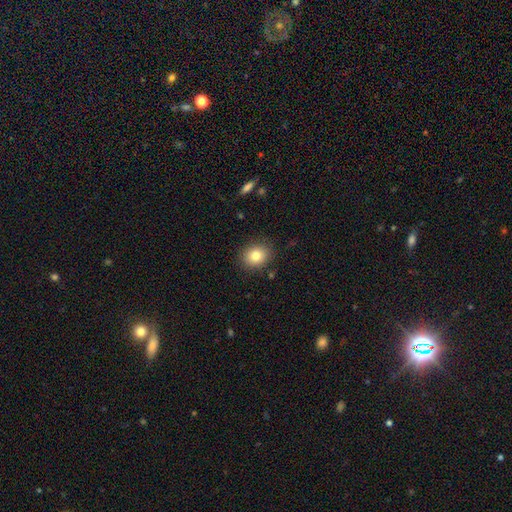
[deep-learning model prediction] Smooth or featured? Predicted: smooth (p=0.81). How rounded? Predicted: round (p=0.64). Merging? Predicted: none (p=0.87).